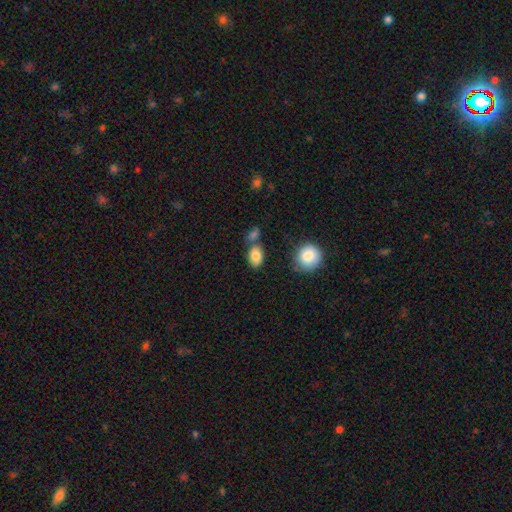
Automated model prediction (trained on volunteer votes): smooth 84%, star or artifact 8%, featured or disk 8%. Down the decision tree: how rounded — in between (83%); merging — none (64%).